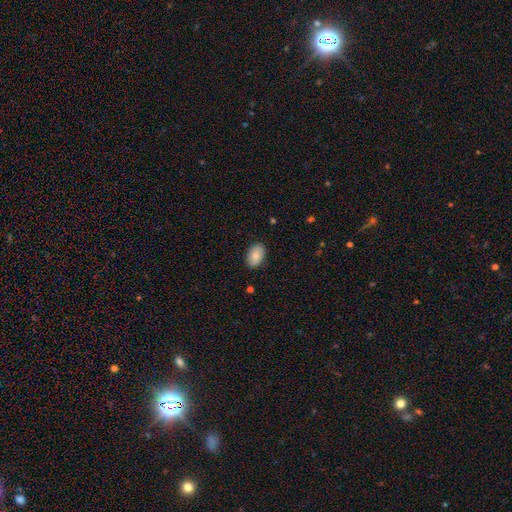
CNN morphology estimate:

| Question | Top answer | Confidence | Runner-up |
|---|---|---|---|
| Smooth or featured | smooth | 86% | featured or disk (8%) |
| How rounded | in between | 91% | round (8%) |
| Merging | none | 87% | minor disturbance (10%) |